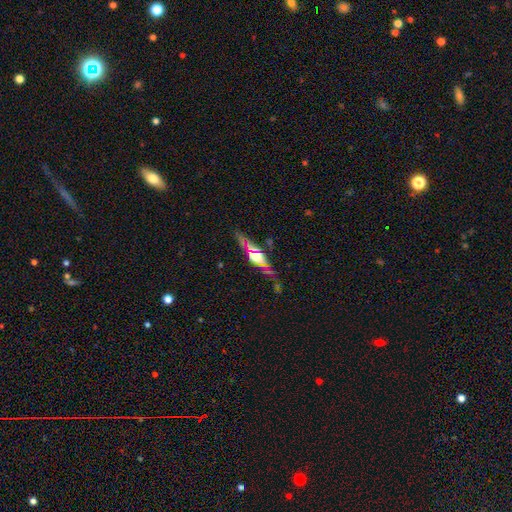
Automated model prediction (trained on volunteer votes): featured or disk 57%, smooth 29%, star or artifact 14%. Down the decision tree: edge-on disk — yes (85%); merging — none (79%).